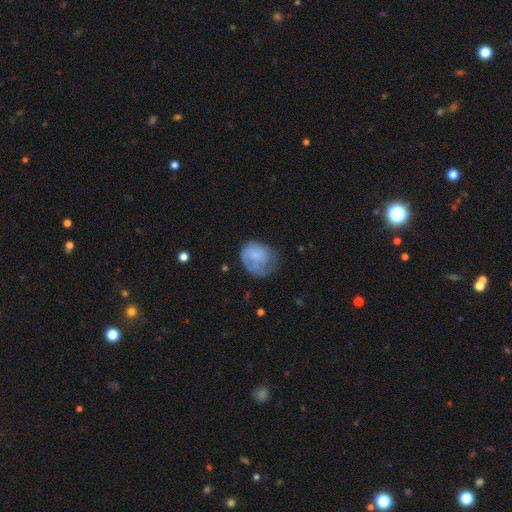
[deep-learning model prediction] This appears to be a smooth galaxy with no disk features (66%) that is round (62%). Merging: none (41%).